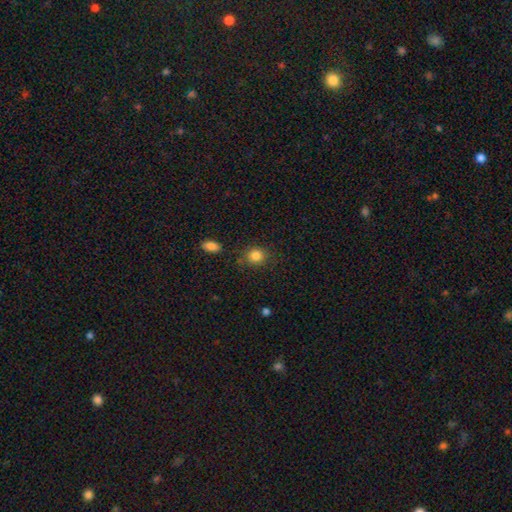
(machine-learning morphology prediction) smooth-or-featured: smooth: 84% | star or artifact: 10% | featured or disk: 6%
  how-rounded: round: 77% | in between: 22% | cigar-shaped: 1%
  merging: none: 80% | minor disturbance: 12% | major disturbance: 4% | merger: 4%